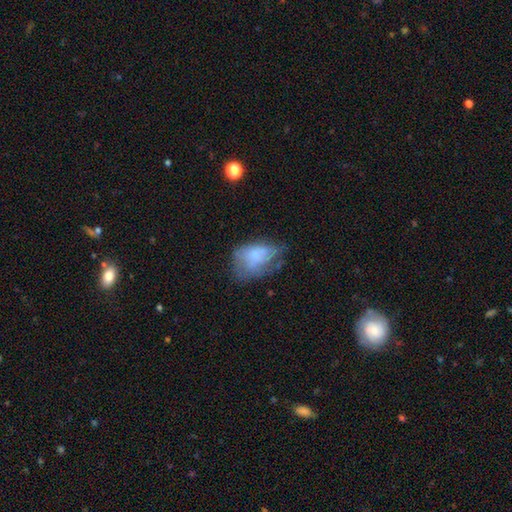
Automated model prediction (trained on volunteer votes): smooth_or_featured: smooth (p=0.56) [alt: featured or disk p=0.33]
how_rounded: in between (p=0.81) [alt: round p=0.17]
merging: minor disturbance (p=0.32) [tied with: none p=0.32]